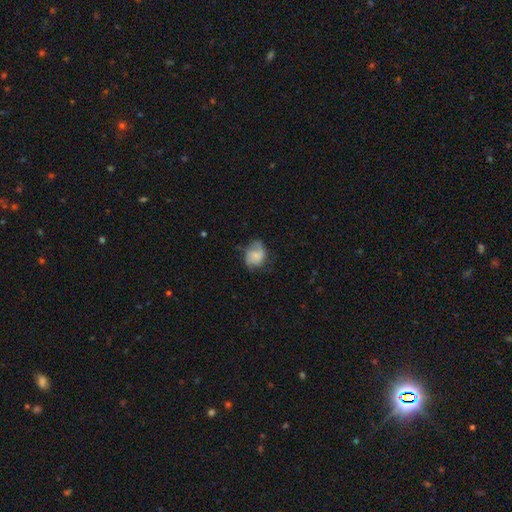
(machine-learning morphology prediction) smooth-or-featured: smooth: 56% | featured or disk: 36% | star or artifact: 9%
  how-rounded: in between: 54% | round: 45% | cigar-shaped: 1%
  merging: none: 52% | minor disturbance: 31% | major disturbance: 15% | merger: 2%